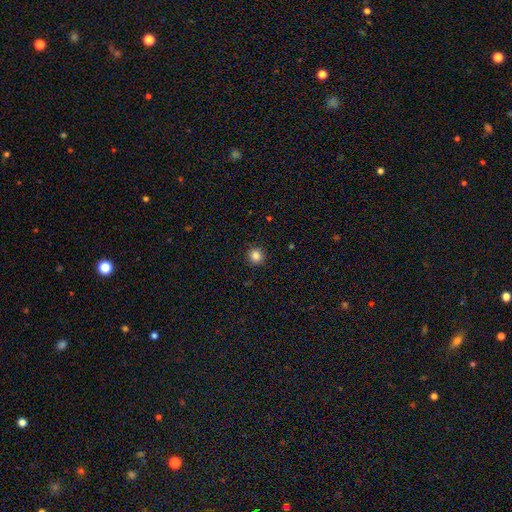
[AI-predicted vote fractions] Smooth or featured?
  - smooth: 85% *
  - star or artifact: 11%
  - featured or disk: 4%
How rounded?
  - round: 93% *
  - in between: 7%
  - cigar-shaped: 1%
Merging?
  - none: 92% *
  - minor disturbance: 5%
  - major disturbance: 2%
  - merger: 1%